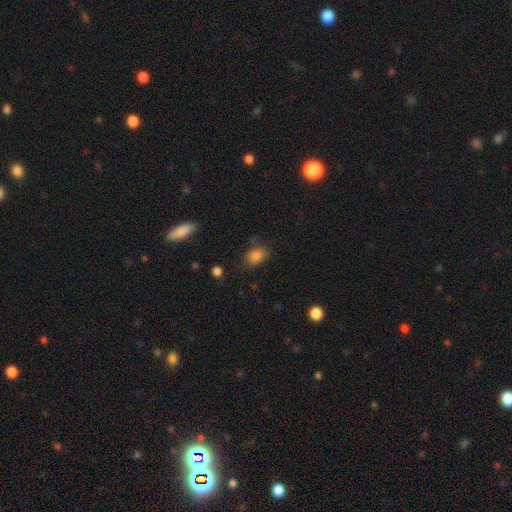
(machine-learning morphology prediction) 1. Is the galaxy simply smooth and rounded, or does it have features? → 84% smooth, 11% star or artifact, 5% featured or disk.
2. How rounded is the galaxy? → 78% in between, 20% round, 2% cigar-shaped.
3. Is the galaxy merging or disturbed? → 72% none, 19% minor disturbance, 6% major disturbance, 3% merger.